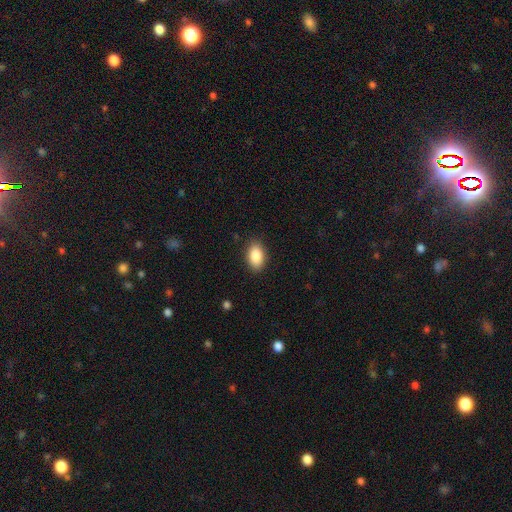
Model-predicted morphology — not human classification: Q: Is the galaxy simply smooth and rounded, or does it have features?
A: smooth — 88%.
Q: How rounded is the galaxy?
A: in between — 92%.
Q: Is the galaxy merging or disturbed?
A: none — 88%.